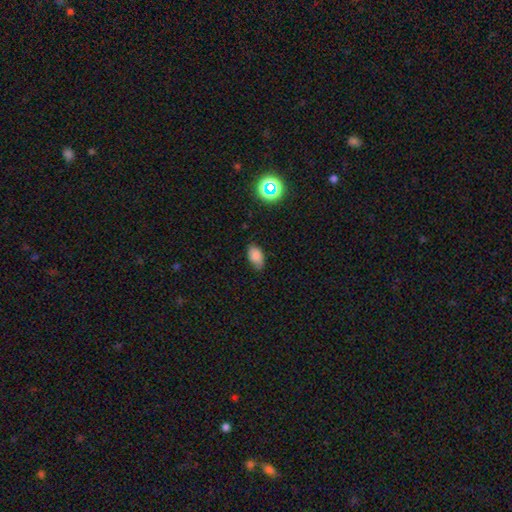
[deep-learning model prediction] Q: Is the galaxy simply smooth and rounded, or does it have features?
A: smooth — 81%.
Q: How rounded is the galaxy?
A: in between — 90%.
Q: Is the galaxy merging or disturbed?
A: none — 75%.